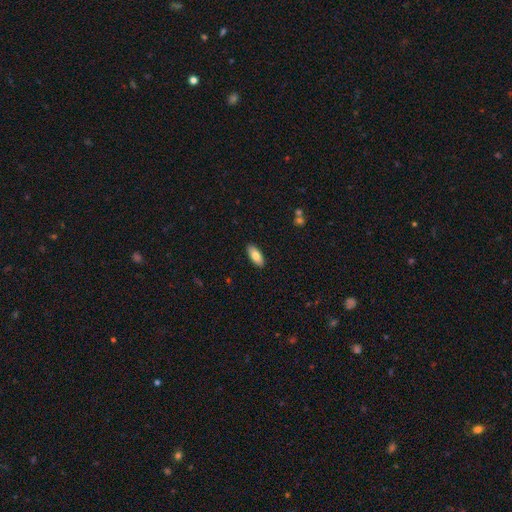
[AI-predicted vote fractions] This is likely a smooth galaxy (79%). How rounded: clearly in between (84%). Merging: clearly none (90%).